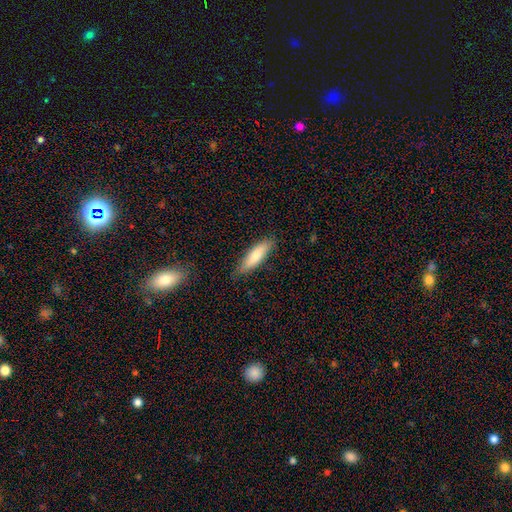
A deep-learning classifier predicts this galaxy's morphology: type=smooth (77%); roundness=cigar-shaped (67%); merging=none (83%).